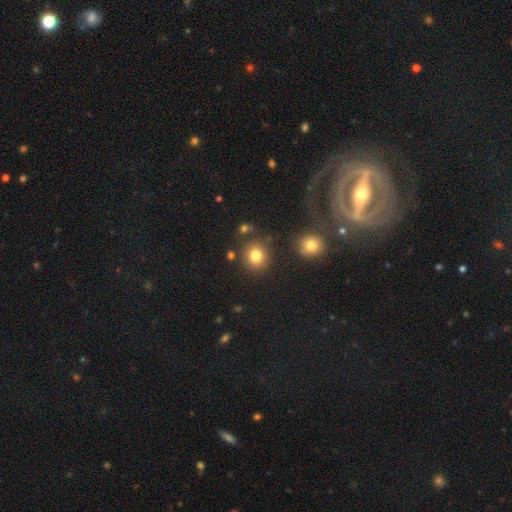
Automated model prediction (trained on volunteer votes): Smooth or featured? Predicted: smooth (p=0.81). How rounded? Predicted: round (p=0.85). Merging? Predicted: none (p=0.83).